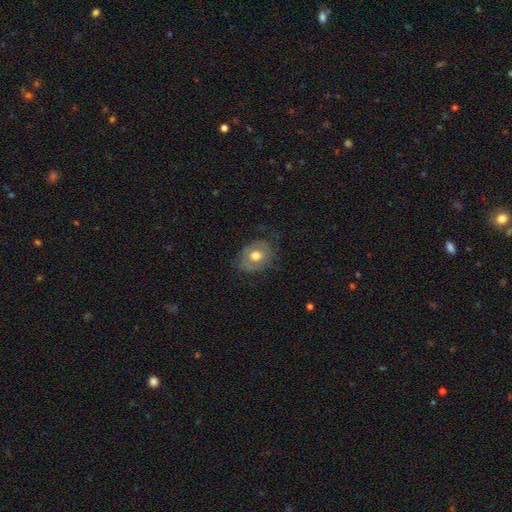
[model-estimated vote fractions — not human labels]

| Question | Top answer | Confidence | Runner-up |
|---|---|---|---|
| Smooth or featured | smooth | 52% | featured or disk (40%) |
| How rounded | in between | 56% | round (43%) |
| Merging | none | 63% | minor disturbance (24%) |